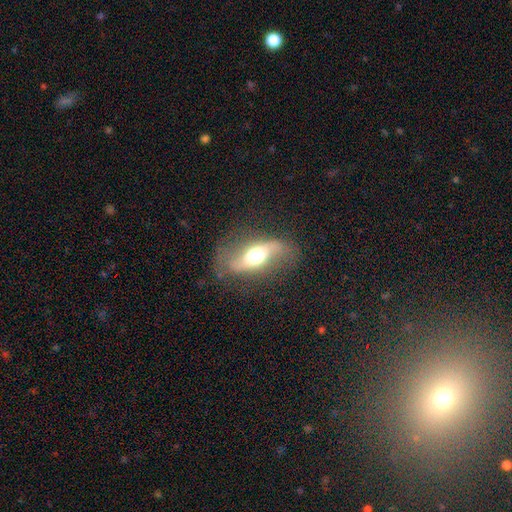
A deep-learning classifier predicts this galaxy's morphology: Q: Smooth or featured?
A: featured or disk (75%); runner-up: smooth (18%)
Q: Edge-on disk?
A: no (83%); runner-up: yes (17%)
Q: Bar?
A: strong (37%); runner-up: no (33%)
Q: Spiral arms?
A: yes (86%); runner-up: no (14%)
Q: Spiral winding?
A: loose (77%); runner-up: medium (18%)
Q: Spiral arm count?
A: 2 (92%); runner-up: can't tell (3%)
Q: Bulge size?
A: moderate (48%); runner-up: large (37%)
Q: Merging?
A: none (68%); runner-up: minor disturbance (19%)